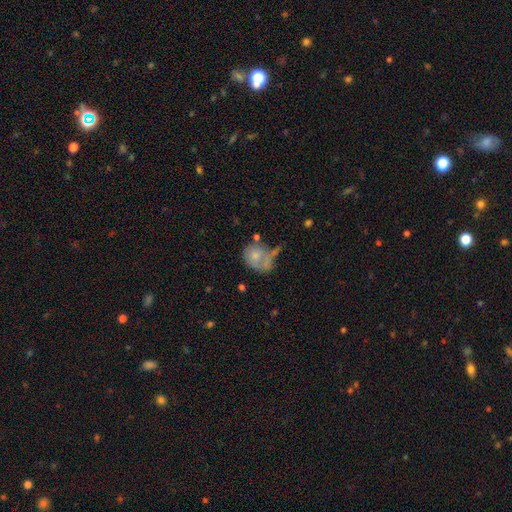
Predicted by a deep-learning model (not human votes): smooth-or-featured: smooth: 64% | featured or disk: 28% | star or artifact: 8%
  how-rounded: round: 57% | in between: 41% | cigar-shaped: 1%
  merging: none: 29% | merger: 24% | major disturbance: 24% | minor disturbance: 23%